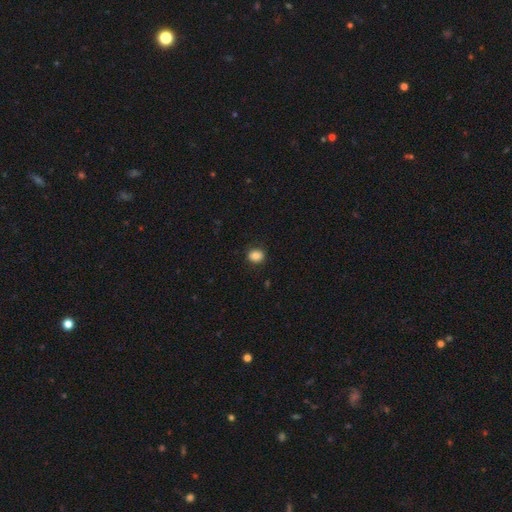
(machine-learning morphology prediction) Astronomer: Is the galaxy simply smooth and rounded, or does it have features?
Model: smooth — 84%.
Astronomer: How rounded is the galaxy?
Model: round — 68%.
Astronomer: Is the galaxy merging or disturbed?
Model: none — 88%.